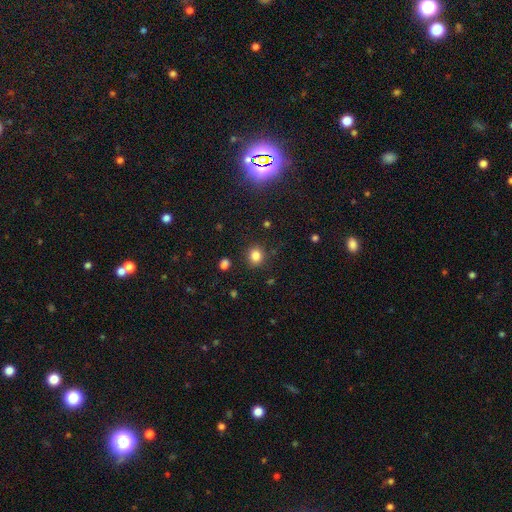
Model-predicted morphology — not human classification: smooth 82%, star or artifact 13%, featured or disk 5%. Down the decision tree: how rounded — round (78%); merging — none (85%).